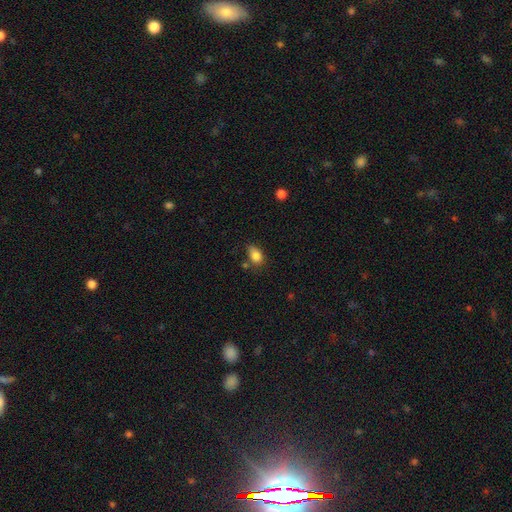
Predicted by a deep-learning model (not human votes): A smooth galaxy with no disk features (84%) that is in between round and cigar-shaped (85%). Merging: none (64%).